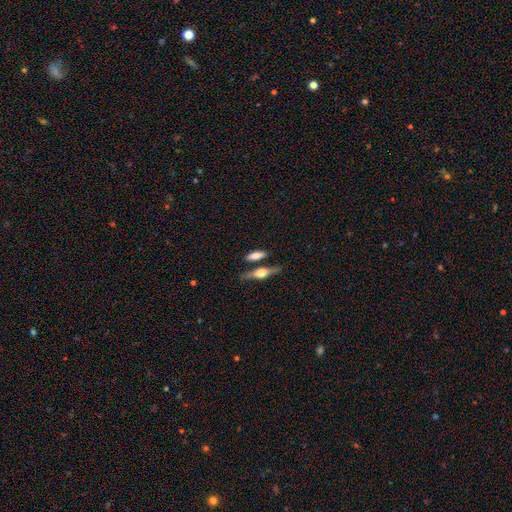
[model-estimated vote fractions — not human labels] Morphology: type=smooth (61%); roundness=in between (51%); merging=none (68%).